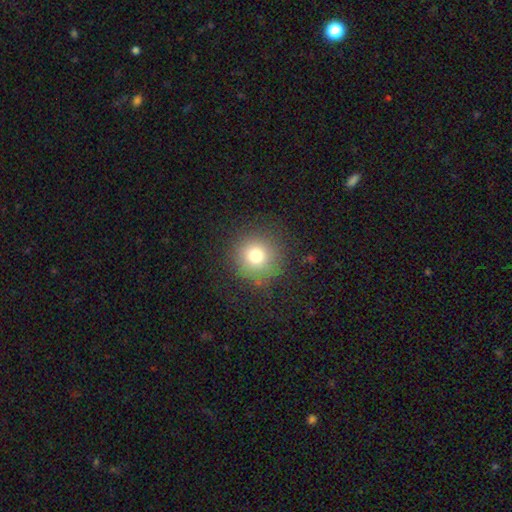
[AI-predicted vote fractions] Overall: smooth (76%). How rounded: round (94%). Merging: none (84%).